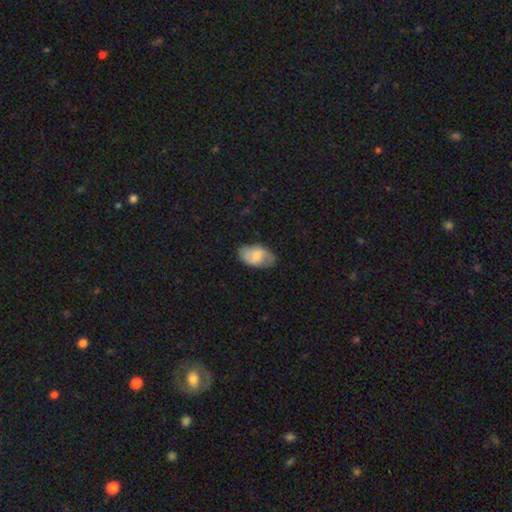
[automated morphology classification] smooth-or-featured: smooth: 54% | featured or disk: 38% | star or artifact: 7%
  how-rounded: in between: 92% | round: 6% | cigar-shaped: 2%
  merging: none: 72% | minor disturbance: 21% | major disturbance: 6% | merger: 1%